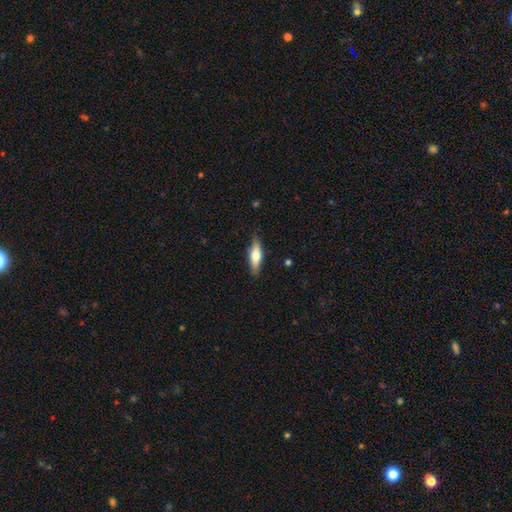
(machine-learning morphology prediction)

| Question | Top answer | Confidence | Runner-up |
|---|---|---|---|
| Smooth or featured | smooth | 61% | featured or disk (33%) |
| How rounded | in between | 51% | cigar-shaped (47%) |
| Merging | none | 83% | minor disturbance (13%) |